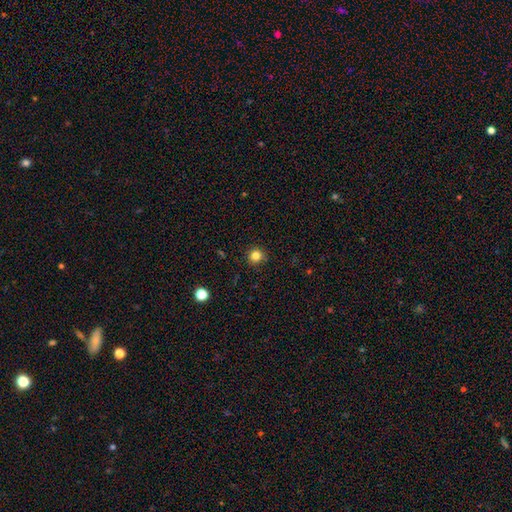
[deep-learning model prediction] The model was most divided on "smooth or featured": smooth: 82%, star or artifact: 13%, featured or disk: 5%. More confident: how rounded — round (94%); merging — none (91%).